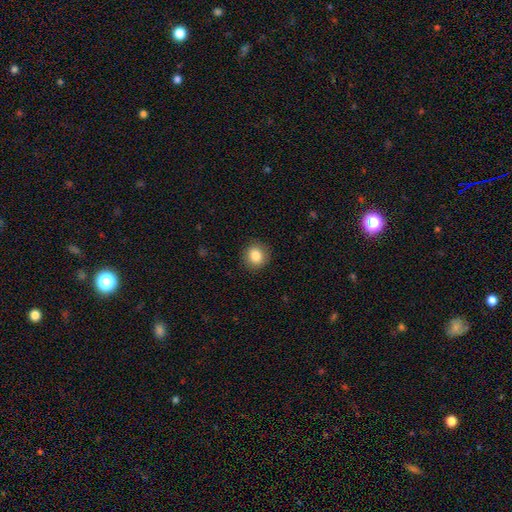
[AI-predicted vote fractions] Smooth or featured?
  - smooth: 84% *
  - star or artifact: 9%
  - featured or disk: 6%
How rounded?
  - round: 84% *
  - in between: 15%
  - cigar-shaped: 1%
Merging?
  - none: 90% *
  - minor disturbance: 7%
  - major disturbance: 2%
  - merger: 1%